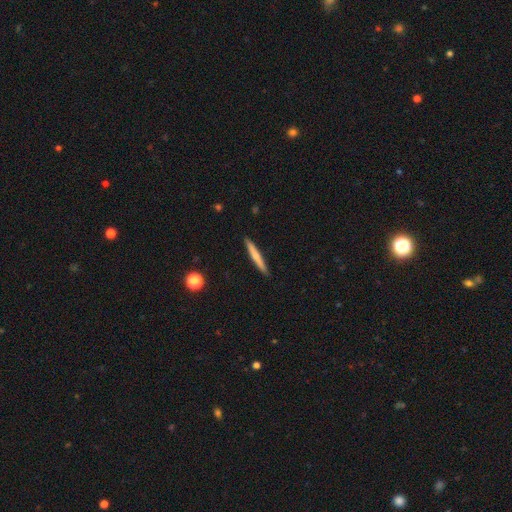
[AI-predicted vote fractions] This is possibly a smooth galaxy (54%). How rounded: clearly cigar-shaped (95%). Merging: clearly none (91%).